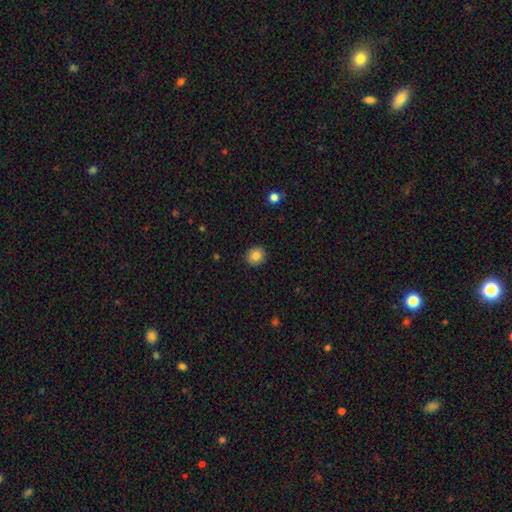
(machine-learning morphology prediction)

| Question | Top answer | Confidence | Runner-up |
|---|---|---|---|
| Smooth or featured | smooth | 84% | star or artifact (10%) |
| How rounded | round | 86% | in between (13%) |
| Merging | none | 91% | minor disturbance (6%) |